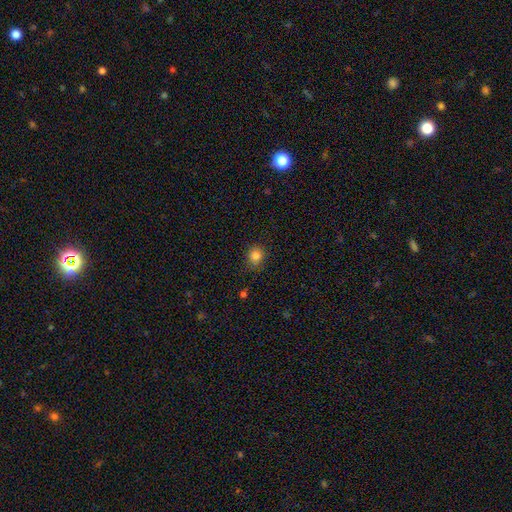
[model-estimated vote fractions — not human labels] The model was most divided on "how rounded": round: 79%, in between: 20%, cigar-shaped: 1%. More confident: merging — none (84%); smooth or featured — smooth (83%).